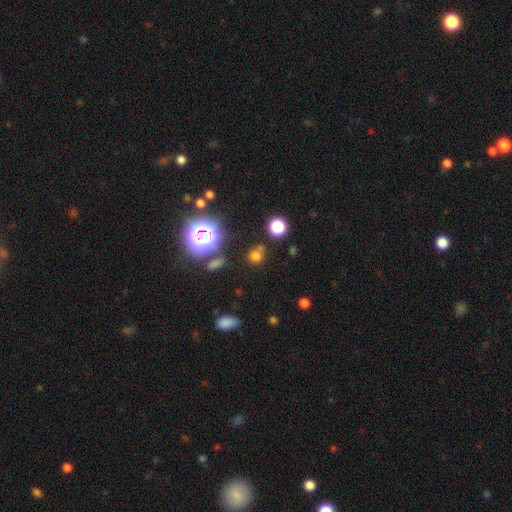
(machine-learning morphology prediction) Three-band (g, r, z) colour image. It shows a smooth galaxy with no disk features (64%) that is round (83%). Merging: none (69%).